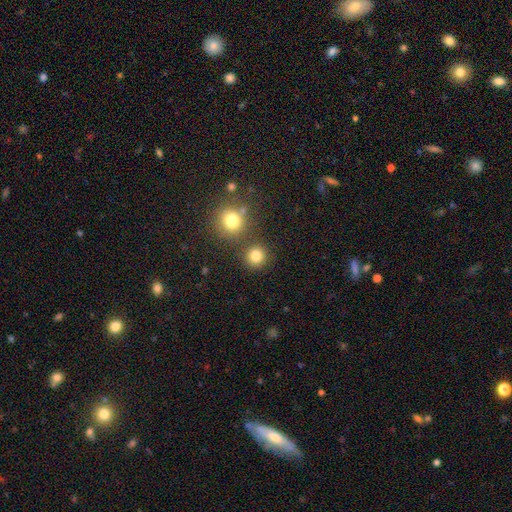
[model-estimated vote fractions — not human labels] The model was most divided on "smooth or featured": smooth: 81%, star or artifact: 14%, featured or disk: 5%. More confident: how rounded — round (92%); merging — none (81%).